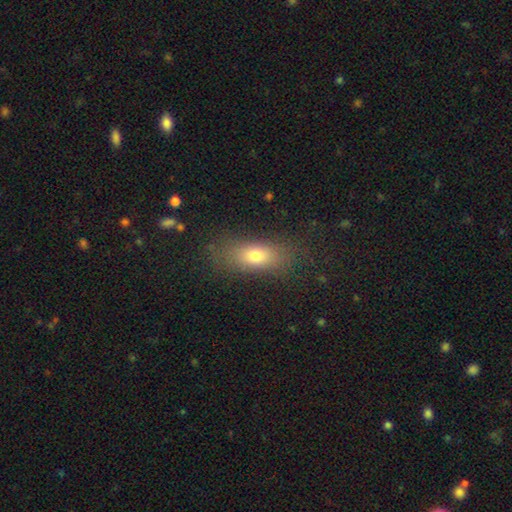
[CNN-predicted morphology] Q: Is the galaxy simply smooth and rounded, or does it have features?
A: smooth — 74%.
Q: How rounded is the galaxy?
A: in between — 75%.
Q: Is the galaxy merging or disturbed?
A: none — 79%.